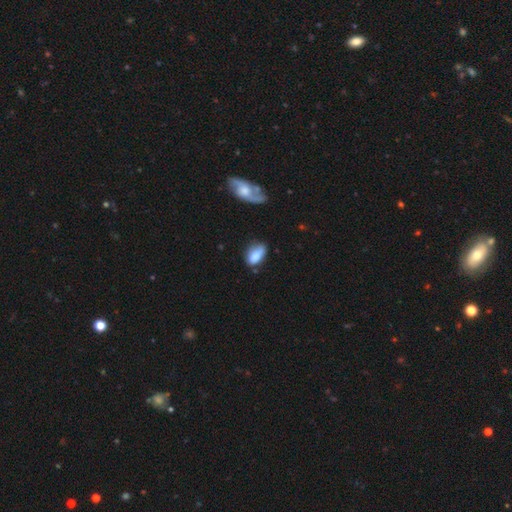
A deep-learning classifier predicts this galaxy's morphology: A smooth galaxy with no disk features (80%) that is in between round and cigar-shaped (90%). Merging: none (50%).